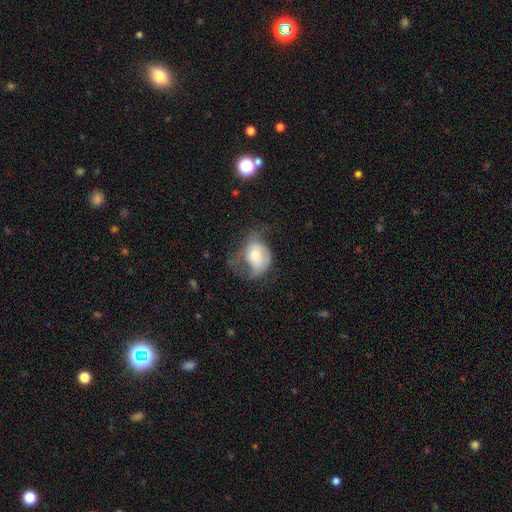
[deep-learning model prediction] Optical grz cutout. It shows a smooth galaxy with no disk features (52%) that is in between round and cigar-shaped (60%). Merging: major disturbance (46%).